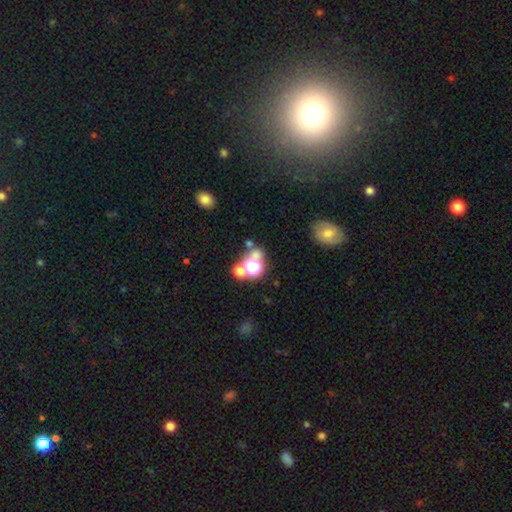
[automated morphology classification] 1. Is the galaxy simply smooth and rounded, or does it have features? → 51% smooth, 36% star or artifact, 13% featured or disk.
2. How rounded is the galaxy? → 76% round, 23% in between, 1% cigar-shaped.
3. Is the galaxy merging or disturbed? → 50% none, 33% merger, 10% minor disturbance, 7% major disturbance.